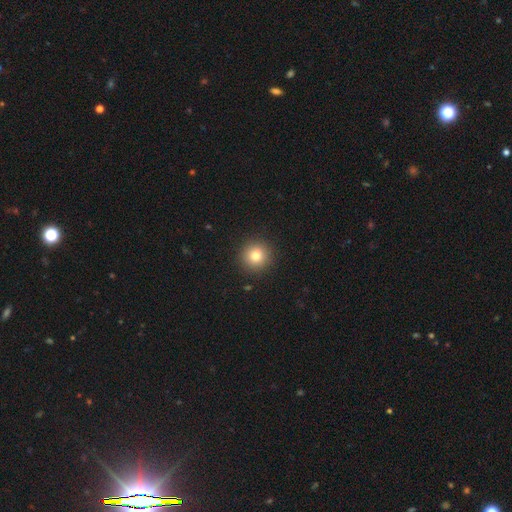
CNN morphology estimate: A smooth galaxy with no disk features (80%) that is round (95%).

Vote fractions:
- Smooth or featured? smooth: 80% / star or artifact: 11% / featured or disk: 9%
- How rounded? round: 95% / in between: 4% / cigar-shaped: 1%
- Merging? none: 92% / minor disturbance: 5% / major disturbance: 2% / merger: 1%